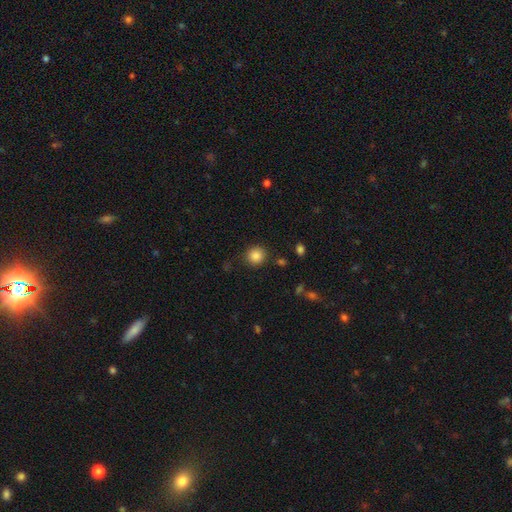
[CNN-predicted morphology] type=smooth (86%); roundness=round (90%); merging=none (87%).